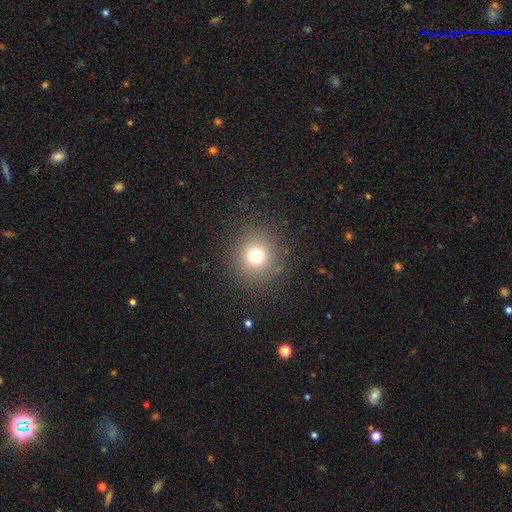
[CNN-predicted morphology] The model was most divided on "smooth or featured": smooth: 73%, star or artifact: 17%, featured or disk: 10%. More confident: how rounded — round (93%); merging — none (87%).